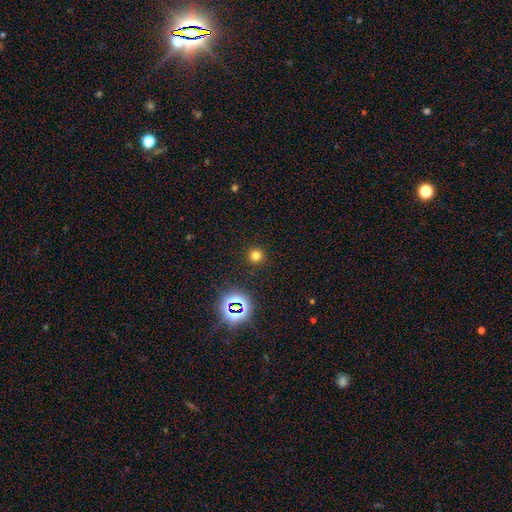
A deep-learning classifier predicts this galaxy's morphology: This is likely a smooth galaxy (72%). How rounded: clearly round (95%). Merging: clearly none (91%).